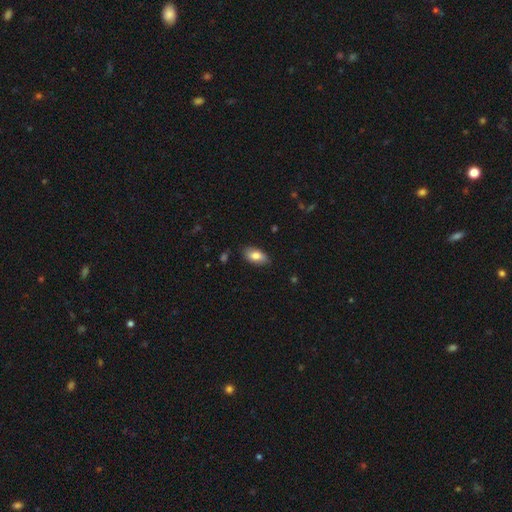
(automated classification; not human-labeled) The model was most divided on "merging": none: 82%, minor disturbance: 14%, major disturbance: 2%, merger: 1%. More confident: how rounded — in between (92%); smooth or featured — smooth (82%).